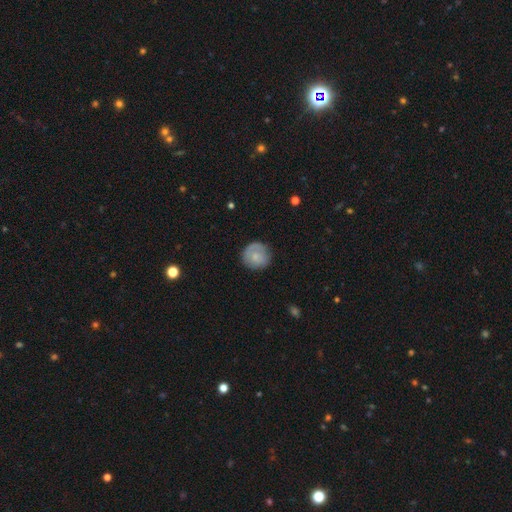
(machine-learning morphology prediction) This is likely a smooth galaxy (65%). How rounded: clearly round (91%). Merging: likely none (77%).